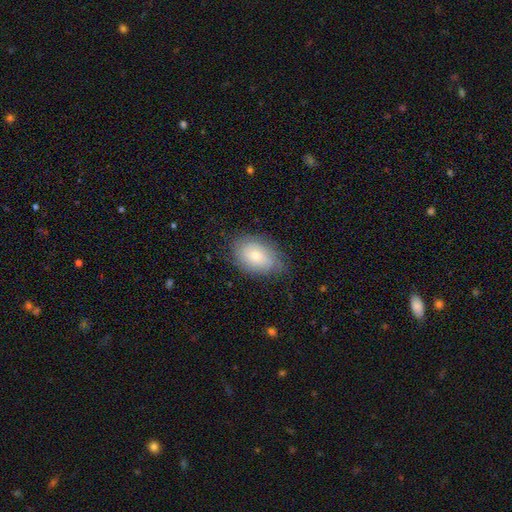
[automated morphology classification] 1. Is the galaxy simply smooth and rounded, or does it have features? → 51% smooth, 40% featured or disk, 8% star or artifact.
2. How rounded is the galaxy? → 83% in between, 16% round, 1% cigar-shaped.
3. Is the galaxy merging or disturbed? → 72% none, 21% minor disturbance, 7% major disturbance, 1% merger.